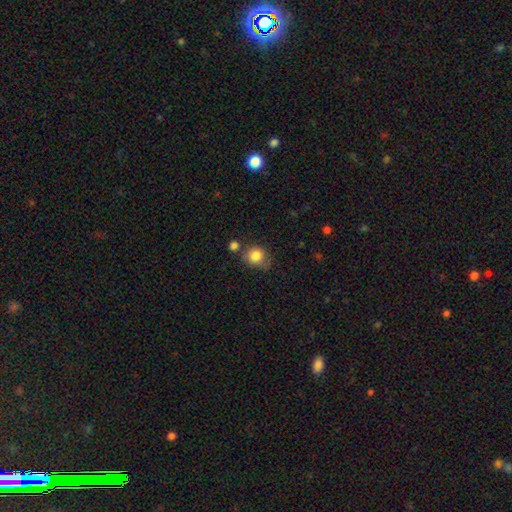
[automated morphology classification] smooth-or-featured: smooth: 84% | star or artifact: 10% | featured or disk: 7%
  how-rounded: round: 80% | in between: 19% | cigar-shaped: 1%
  merging: none: 61% | minor disturbance: 22% | merger: 11% | major disturbance: 7%